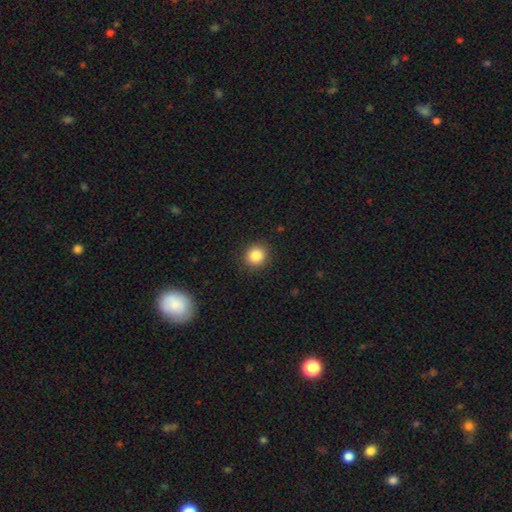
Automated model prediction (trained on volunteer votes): Smooth or featured? Predicted: smooth (p=0.85). How rounded? Predicted: round (p=0.89). Merging? Predicted: none (p=0.90).